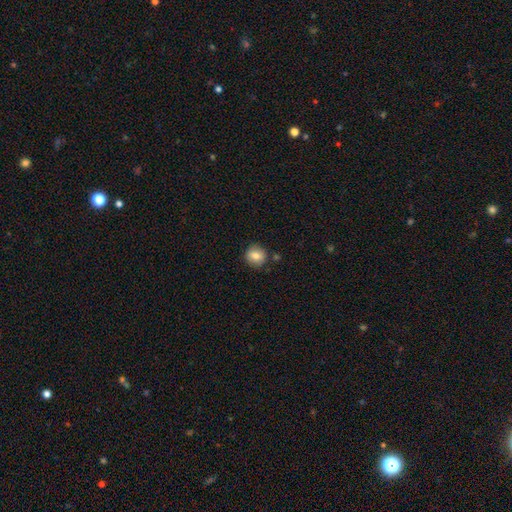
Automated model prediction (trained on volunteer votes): This is clearly a smooth galaxy (80%). How rounded: clearly round (87%). Merging: clearly none (83%).